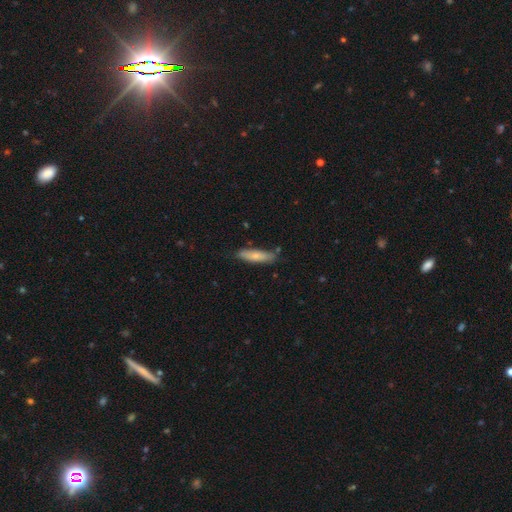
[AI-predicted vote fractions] smooth-or-featured: smooth: 72% | featured or disk: 22% | star or artifact: 6%
  how-rounded: cigar-shaped: 70% | in between: 28% | round: 2%
  merging: none: 76% | minor disturbance: 18% | merger: 3% | major disturbance: 3%